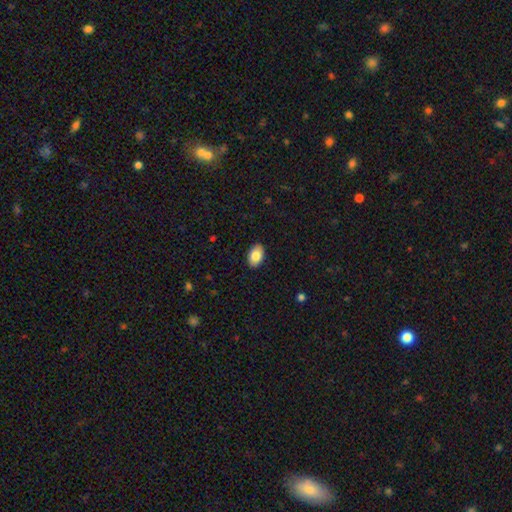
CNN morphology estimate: This is clearly a smooth galaxy (84%). How rounded: clearly in between (91%). Merging: clearly none (89%).